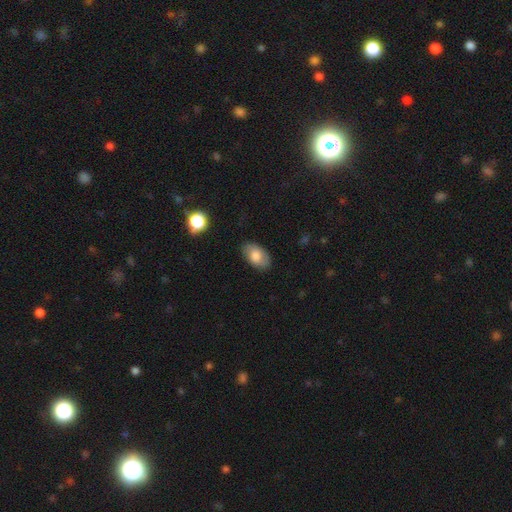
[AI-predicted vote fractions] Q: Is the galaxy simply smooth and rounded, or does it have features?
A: smooth — 72%.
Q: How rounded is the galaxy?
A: in between — 92%.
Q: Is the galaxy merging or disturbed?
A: none — 79%.